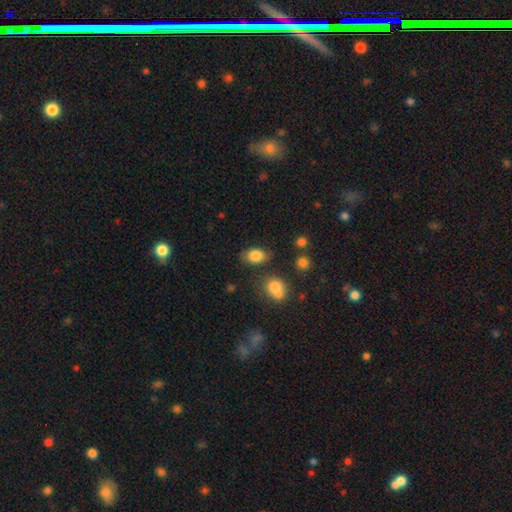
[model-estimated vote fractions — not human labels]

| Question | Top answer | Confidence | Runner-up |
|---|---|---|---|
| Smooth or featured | smooth | 83% | star or artifact (9%) |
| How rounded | in between | 81% | round (18%) |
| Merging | none | 72% | minor disturbance (18%) |